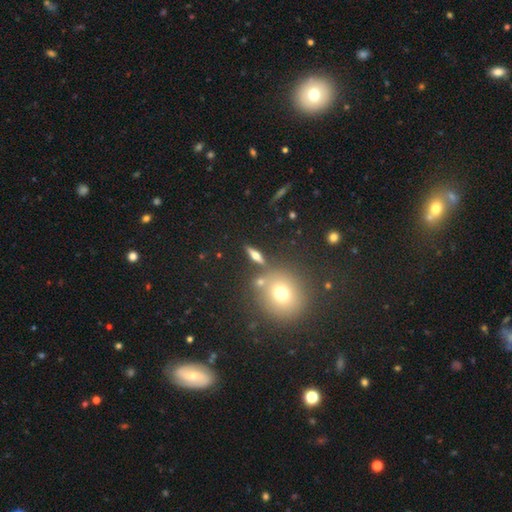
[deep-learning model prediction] smooth_or_featured: featured or disk (p=0.45) [alt: smooth p=0.41]
merging: none (p=0.81) [alt: minor disturbance p=0.09]